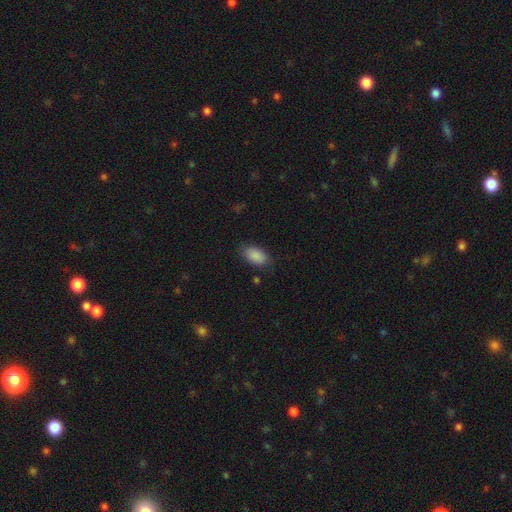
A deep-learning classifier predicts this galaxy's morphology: Q: Smooth or featured?
A: smooth (89%); runner-up: star or artifact (7%)
Q: How rounded?
A: in between (93%); runner-up: round (4%)
Q: Merging?
A: none (80%); runner-up: minor disturbance (15%)